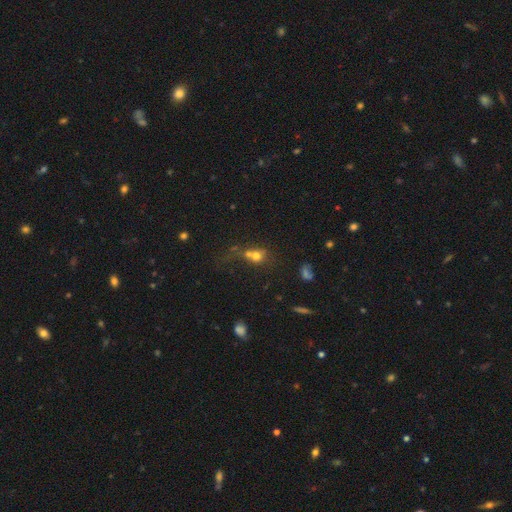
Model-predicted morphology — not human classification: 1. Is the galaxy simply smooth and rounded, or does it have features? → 66% smooth, 17% featured or disk, 16% star or artifact.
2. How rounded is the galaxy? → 74% round, 25% in between, 2% cigar-shaped.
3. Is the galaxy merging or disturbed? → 50% merger, 29% none, 11% major disturbance, 10% minor disturbance.